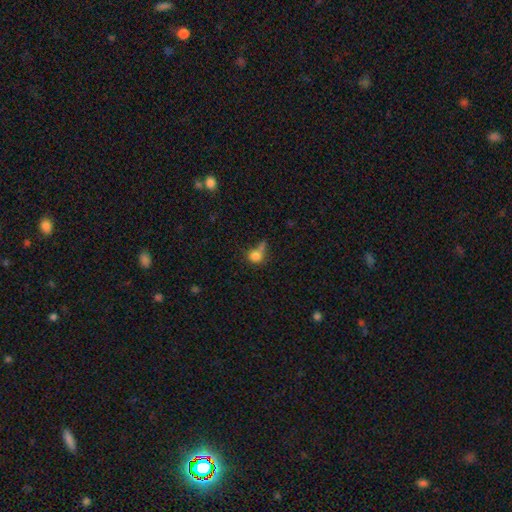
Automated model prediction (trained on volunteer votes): Smooth or featured? smooth (75%)
How rounded? round (65%)
Merging? none (33%)